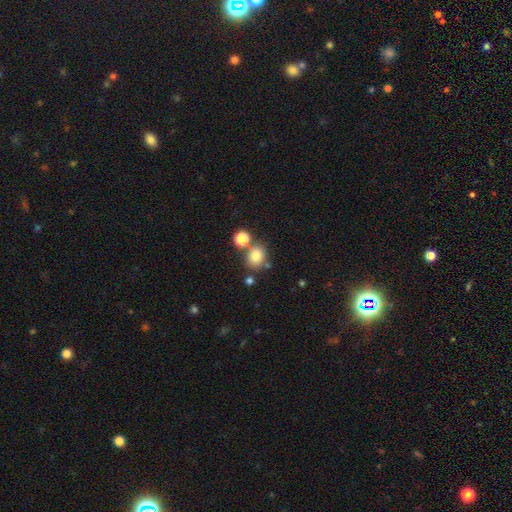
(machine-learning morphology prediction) Smooth or featured? smooth (80%)
How rounded? round (60%)
Merging? none (64%)